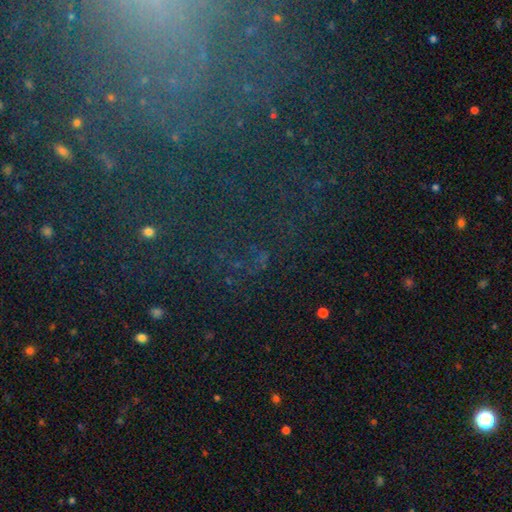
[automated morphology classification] type=star or artifact (73%).